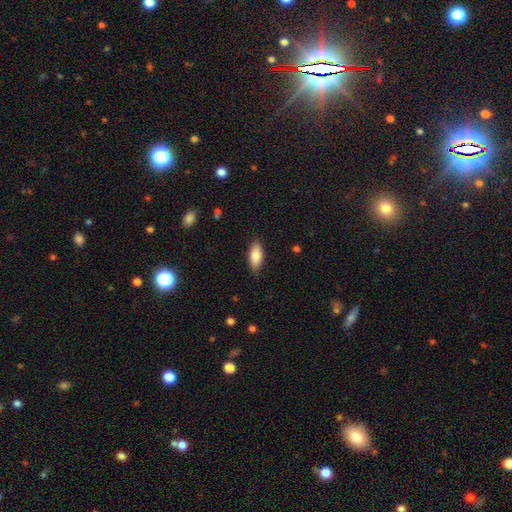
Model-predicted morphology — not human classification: This appears to be a smooth galaxy with no disk features (83%) that is in between round and cigar-shaped (83%). Merging: none (85%).